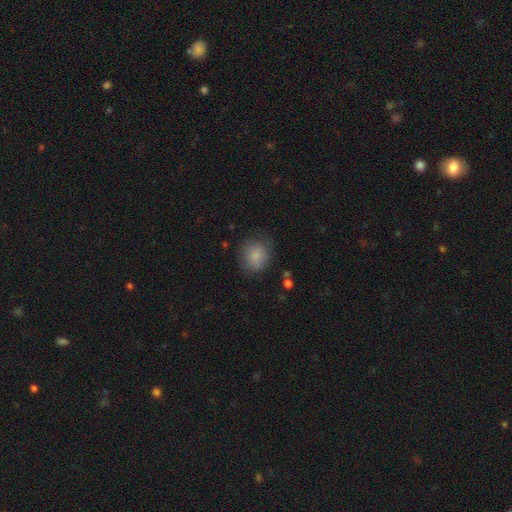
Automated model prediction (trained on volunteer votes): smooth 83%, star or artifact 9%, featured or disk 8%. Down the decision tree: how rounded — round (79%); merging — none (73%).